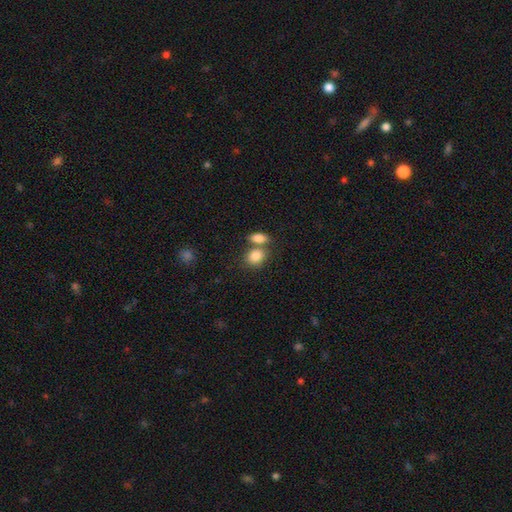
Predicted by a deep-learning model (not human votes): This is clearly a smooth galaxy (84%). How rounded: possibly in between (59%). Merging: possibly none (47%).